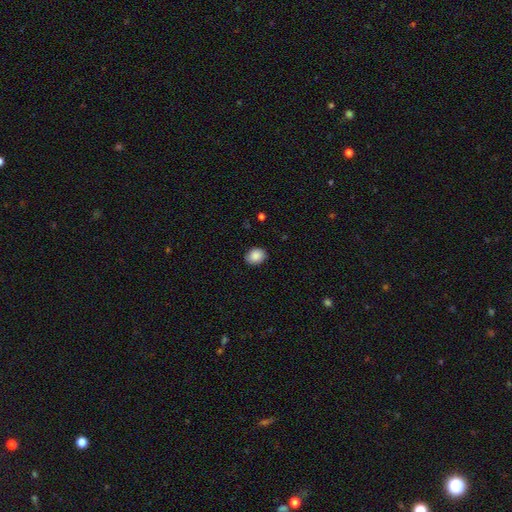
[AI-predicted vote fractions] The model was most divided on "how rounded": in between: 51%, round: 48%, cigar-shaped: 1%. More confident: smooth or featured — smooth (88%); merging — none (86%).